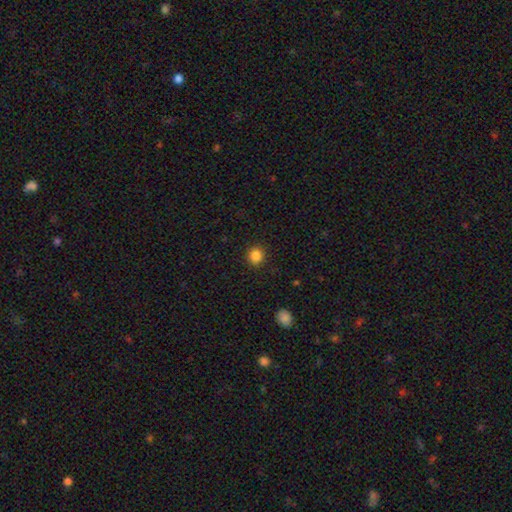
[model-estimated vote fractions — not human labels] Q: Smooth or featured?
A: smooth (85%); runner-up: star or artifact (11%)
Q: How rounded?
A: round (88%); runner-up: in between (11%)
Q: Merging?
A: none (91%); runner-up: minor disturbance (6%)